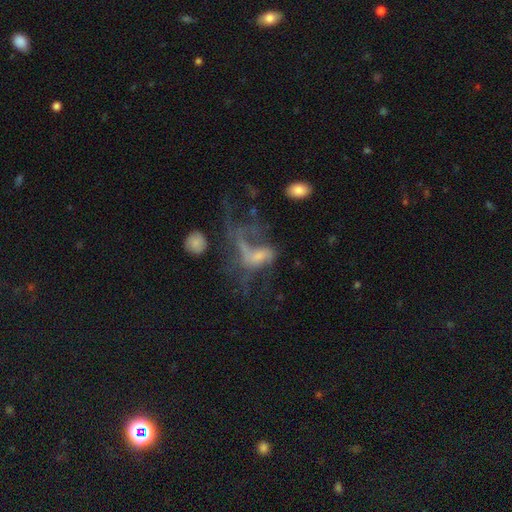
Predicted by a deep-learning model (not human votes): A featured or disk galaxy (58%) with no bar (65%), no spiral arms (57%) and a small central bulge (36%).

Vote fractions:
- Smooth or featured? featured or disk: 58% / smooth: 23% / star or artifact: 19%
- Edge-on disk? no: 95% / yes: 5%
- Bar? no: 65% / weak: 25% / strong: 9%
- Spiral arms? no: 57% / yes: 43%
- Bulge size? small: 36% / none: 31% / moderate: 25% / large: 6% / dominant: 2%
- Merging? major disturbance: 52% / none: 20% / merger: 18% / minor disturbance: 10%